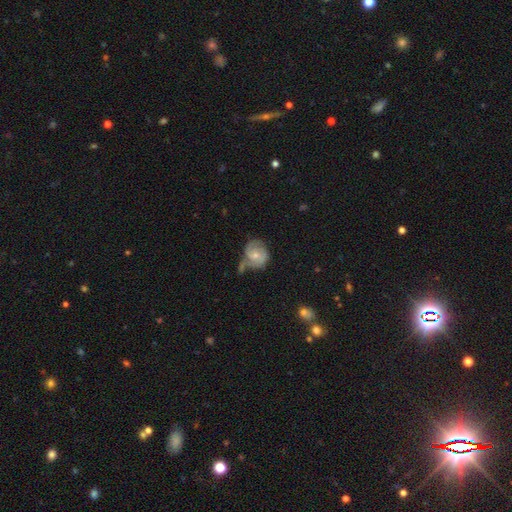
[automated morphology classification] Smooth or featured?
  - featured or disk: 52% *
  - smooth: 41%
  - star or artifact: 7%
Edge-on disk?
  - no: 97% *
  - yes: 3%
Bar?
  - no: 69% *
  - weak: 26%
  - strong: 5%
Spiral arms?
  - yes: 69% *
  - no: 31%
Bulge size?
  - small: 52% *
  - moderate: 43%
  - none: 2%
  - large: 2%
  - dominant: 1%
Merging?
  - none: 35% *
  - minor disturbance: 28%
  - major disturbance: 19%
  - merger: 18%